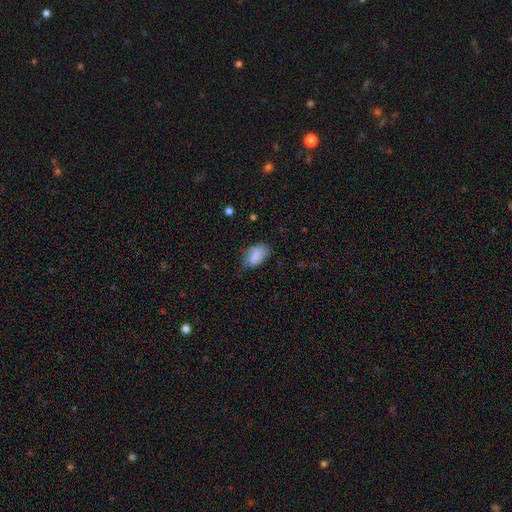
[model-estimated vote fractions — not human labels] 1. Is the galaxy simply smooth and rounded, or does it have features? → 77% smooth, 15% featured or disk, 8% star or artifact.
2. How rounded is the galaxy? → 92% in between, 5% round, 3% cigar-shaped.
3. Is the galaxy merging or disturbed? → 55% none, 33% minor disturbance, 10% major disturbance, 2% merger.